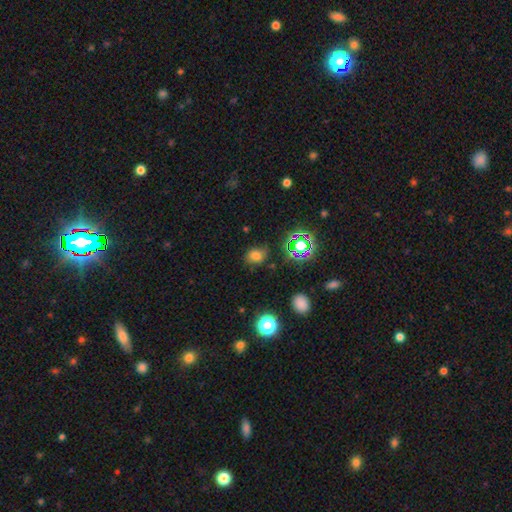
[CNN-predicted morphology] This appears to be a smooth galaxy with no disk features (66%) that is round (52%). Merging: none (74%).